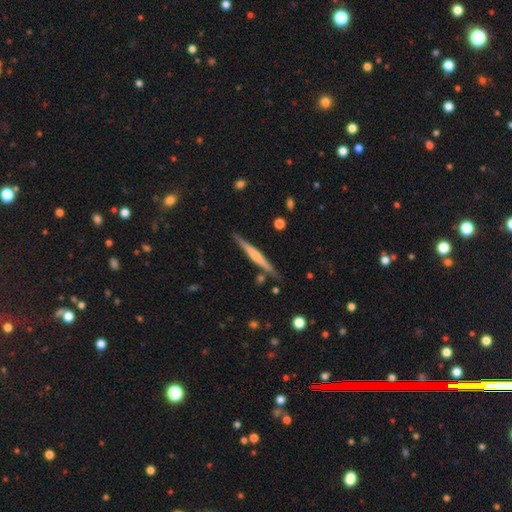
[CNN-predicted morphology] Overall: featured or disk (60%; smooth 35%). Edge-on disk: yes (97%). Edge-on bulge: none (39%; rounded 38%). Merging: none (84%).